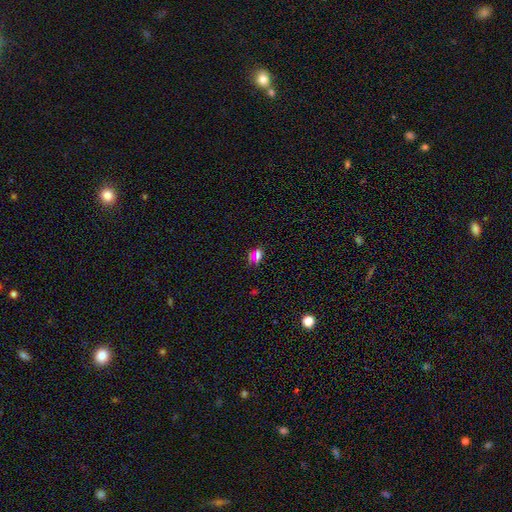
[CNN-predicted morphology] type=smooth (55%); roundness=in between (48%); merging=none (80%).